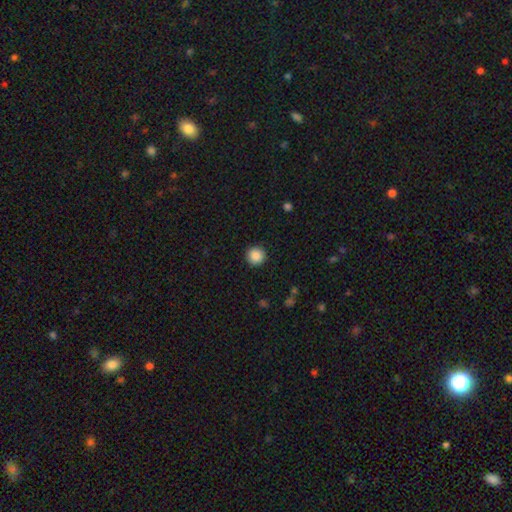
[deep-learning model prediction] smooth 88%, star or artifact 9%, featured or disk 3%. Down the decision tree: how rounded — round (95%); merging — none (92%).